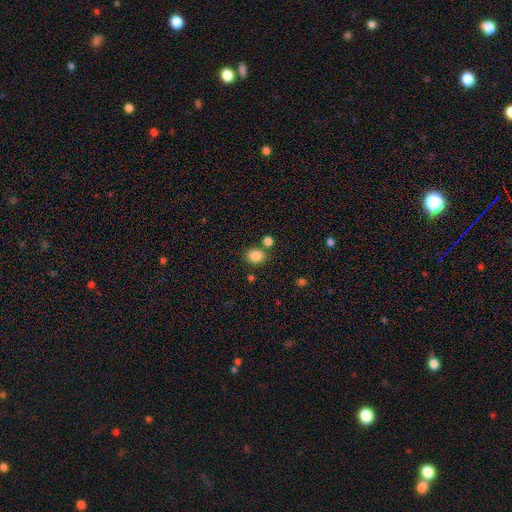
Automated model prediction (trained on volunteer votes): A smooth galaxy with no disk features (85%) that is round (65%). Merging: none (75%).